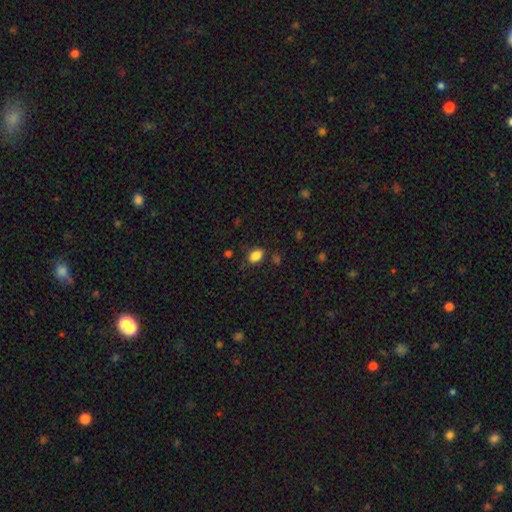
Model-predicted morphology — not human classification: A smooth galaxy with no disk features (85%) that is in between round and cigar-shaped (84%). Merging: none (78%).